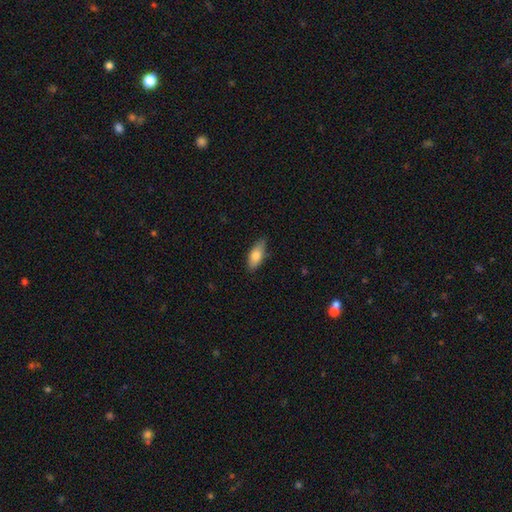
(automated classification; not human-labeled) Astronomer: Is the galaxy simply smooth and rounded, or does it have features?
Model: smooth — 75%.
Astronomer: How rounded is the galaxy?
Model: in between — 79%.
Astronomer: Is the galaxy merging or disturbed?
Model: none — 81%.